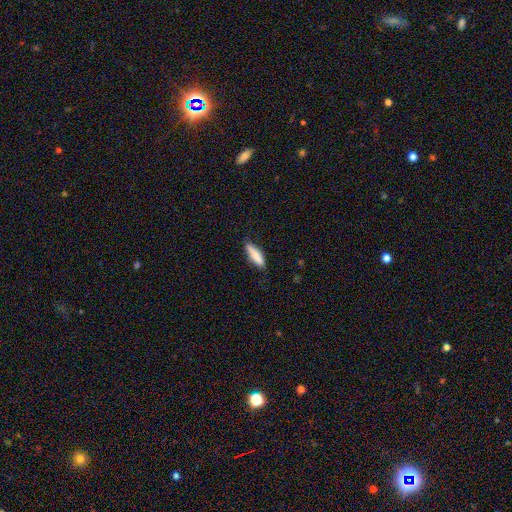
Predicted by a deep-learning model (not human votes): Smooth or featured? Predicted: smooth (p=0.79). How rounded? Predicted: cigar-shaped (p=0.70). Merging? Predicted: none (p=0.78).